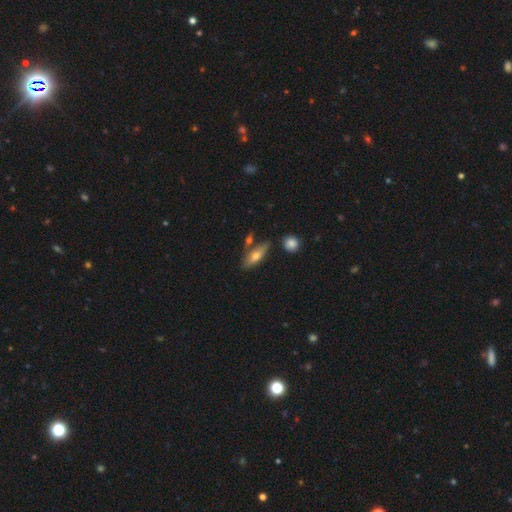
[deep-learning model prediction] A smooth galaxy with no disk features (59%) that is in between round and cigar-shaped (55%).

Vote fractions:
- Smooth or featured? smooth: 59% / featured or disk: 35% / star or artifact: 7%
- How rounded? in between: 55% / cigar-shaped: 42% / round: 3%
- Merging? none: 69% / minor disturbance: 14% / merger: 13% / major disturbance: 4%